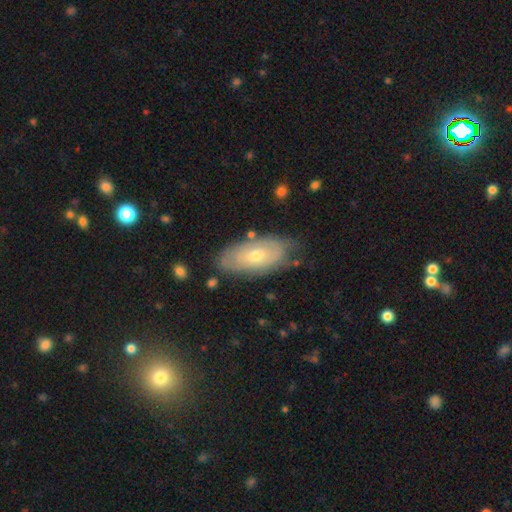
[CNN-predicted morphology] smooth 47%, featured or disk 46%, star or artifact 7%. Down the decision tree: merging — none (72%).